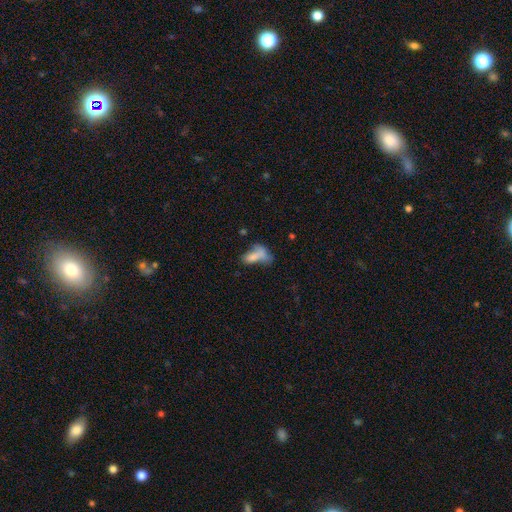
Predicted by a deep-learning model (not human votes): A smooth galaxy with no disk features (67%) that is in between round and cigar-shaped (79%). Merging: merger (37%).